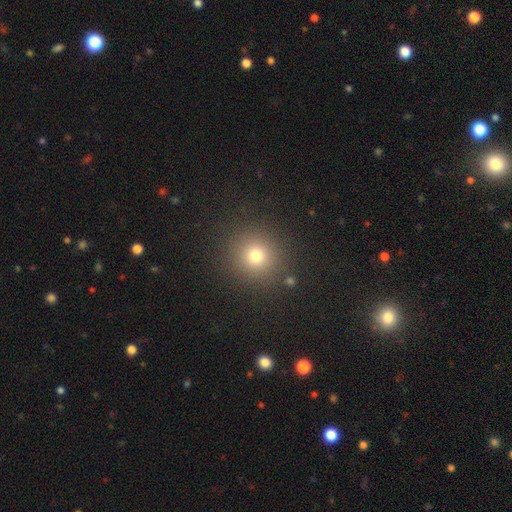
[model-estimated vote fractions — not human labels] A smooth galaxy with no disk features (74%) that is round (93%). Merging: none (89%).